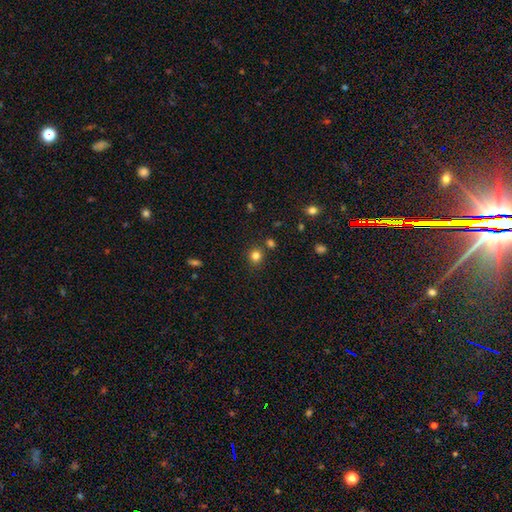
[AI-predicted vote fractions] Smooth or featured?
  - smooth: 81% *
  - star or artifact: 15%
  - featured or disk: 5%
How rounded?
  - round: 88% *
  - in between: 11%
  - cigar-shaped: 1%
Merging?
  - none: 82% *
  - minor disturbance: 8%
  - merger: 8%
  - major disturbance: 3%